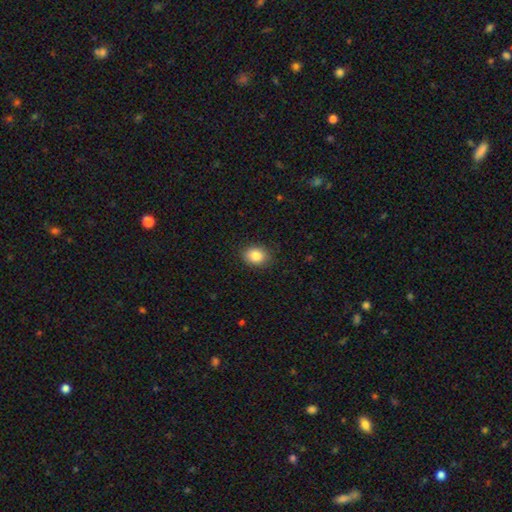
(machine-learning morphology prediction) type=smooth (86%); roundness=round (50%); merging=none (87%).